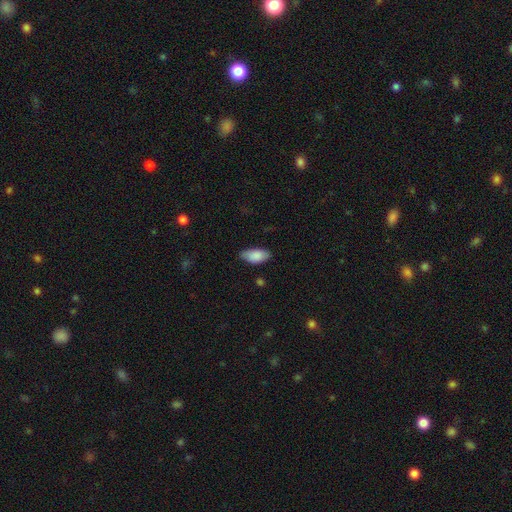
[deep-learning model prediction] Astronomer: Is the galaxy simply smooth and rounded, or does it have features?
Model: smooth — 87%.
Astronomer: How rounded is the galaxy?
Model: in between — 92%.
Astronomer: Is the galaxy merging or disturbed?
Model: none — 78%.